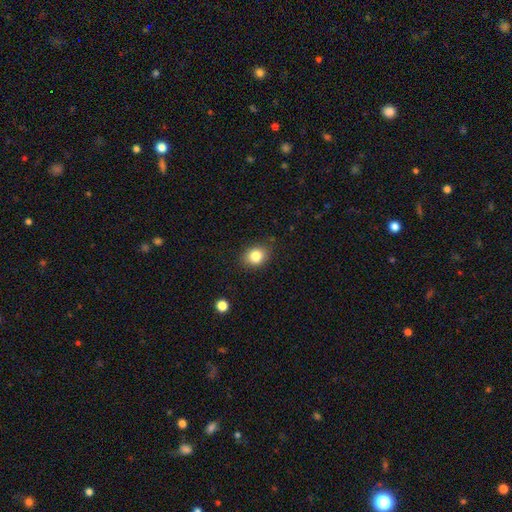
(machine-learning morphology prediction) smooth-or-featured: smooth: 83% | star or artifact: 10% | featured or disk: 7%
  how-rounded: round: 51% | in between: 48% | cigar-shaped: 1%
  merging: none: 84% | minor disturbance: 12% | major disturbance: 3% | merger: 1%